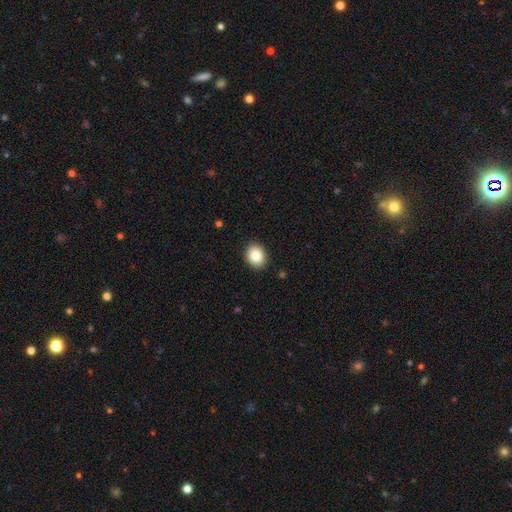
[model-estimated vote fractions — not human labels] Overall: smooth (84%). How rounded: round (56%; in between 43%). Merging: none (90%).